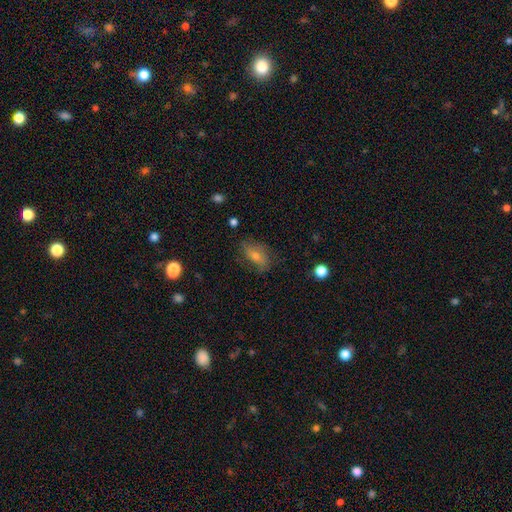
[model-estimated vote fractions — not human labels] Morphology: type=smooth (52%); roundness=in between (81%); merging=none (71%).